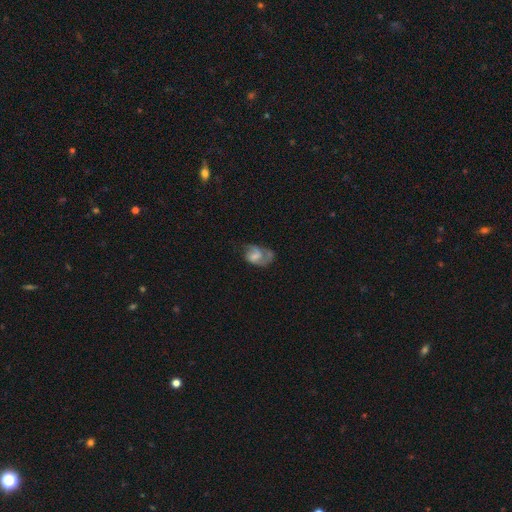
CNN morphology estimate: This appears to be a featured or disk galaxy (58%) with no bar (49%), spiral arms (77%) and no central bulge (32%). Merging: none (35%, tied with major disturbance).